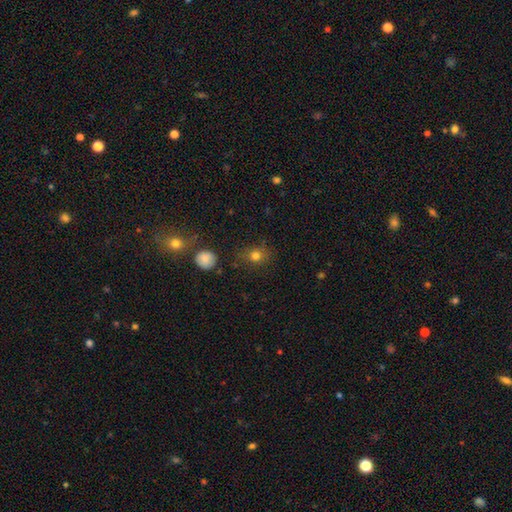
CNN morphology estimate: This appears to be a smooth galaxy with no disk features (77%) that is round (77%). Merging: none (79%).